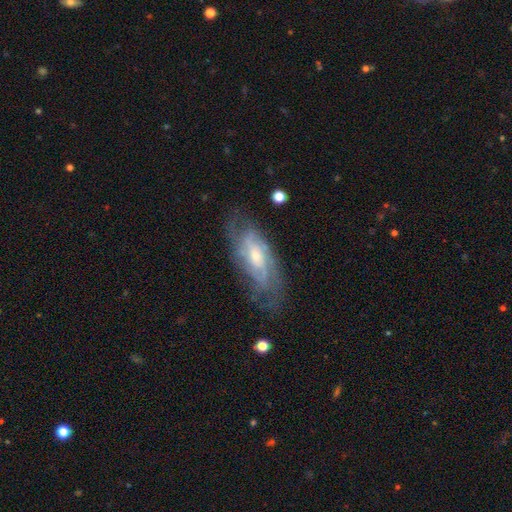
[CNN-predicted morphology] smooth-or-featured: featured or disk: 78% | smooth: 16% | star or artifact: 6%
  disk-edge-on: no: 89% | yes: 11%
    bar: no: 53% | weak: 38% | strong: 9%
    has-spiral-arms: yes: 90% | no: 10%
      spiral-winding: tight: 53% | medium: 36% | loose: 11%
      spiral-arm-count: can't tell: 47% | 2: 25% | 3: 13% | 4: 7% | 1: 4% | more than 4: 4%
    bulge-size: moderate: 47% | small: 46% | large: 4% | none: 3% | dominant: 1%
  merging: none: 70% | minor disturbance: 20% | major disturbance: 9% | merger: 1%